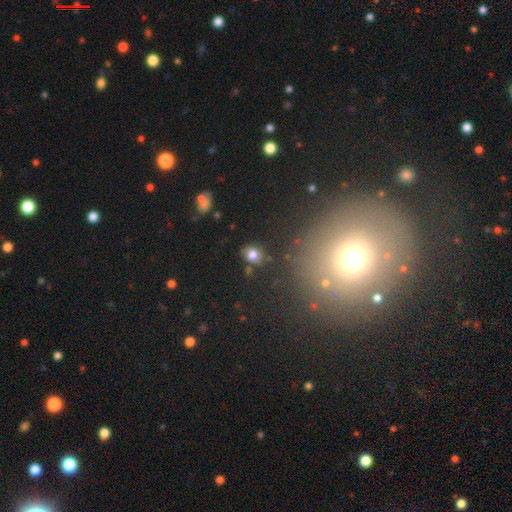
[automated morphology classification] smooth_or_featured: smooth (p=0.63) [alt: star or artifact p=0.28]
how_rounded: round (p=0.74) [alt: in between p=0.24]
merging: none (p=0.83) [alt: minor disturbance p=0.09]